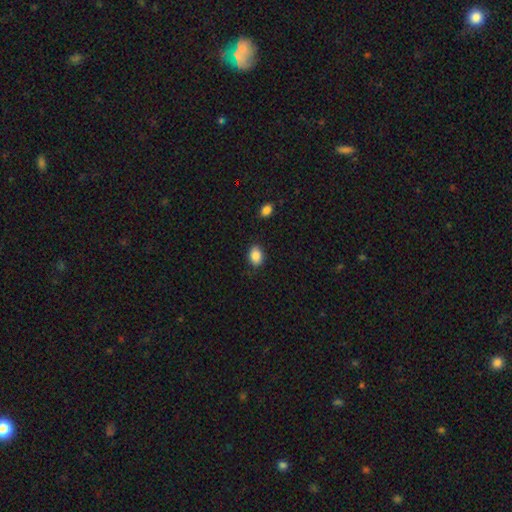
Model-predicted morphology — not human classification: This is clearly a smooth galaxy (87%). How rounded: likely in between (76%). Merging: clearly none (84%).